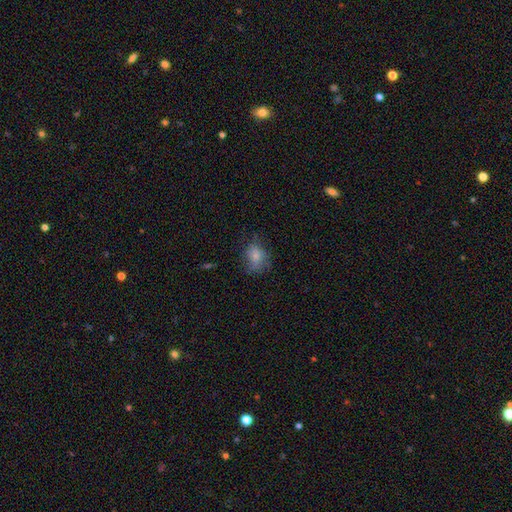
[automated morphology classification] Smooth or featured? smooth (75%)
How rounded? in between (57%)
Merging? none (55%)